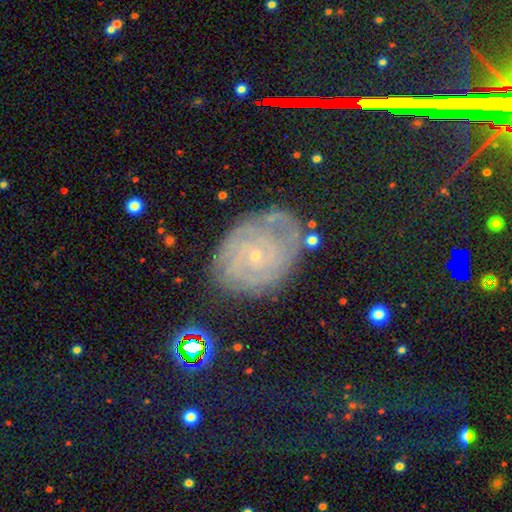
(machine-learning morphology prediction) Q: Smooth or featured?
A: featured or disk (78%); runner-up: star or artifact (11%)
Q: Edge-on disk?
A: no (97%); runner-up: yes (3%)
Q: Bar?
A: no (78%); runner-up: weak (18%)
Q: Spiral arms?
A: yes (95%); runner-up: no (5%)
Q: Spiral winding?
A: tight (80%); runner-up: medium (16%)
Q: Spiral arm count?
A: can't tell (36%); runner-up: 2 (19%)
Q: Bulge size?
A: small (88%); runner-up: moderate (9%)
Q: Merging?
A: none (74%); runner-up: minor disturbance (18%)